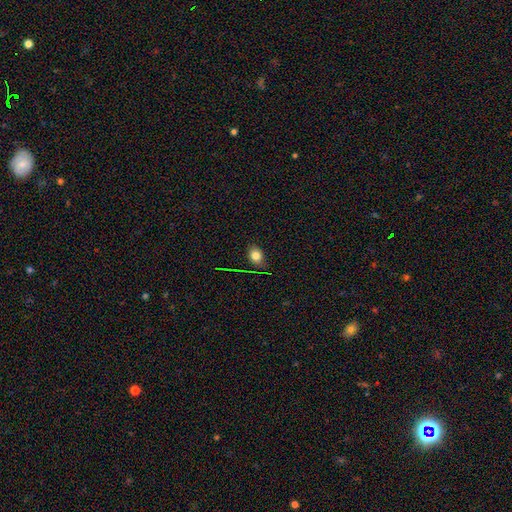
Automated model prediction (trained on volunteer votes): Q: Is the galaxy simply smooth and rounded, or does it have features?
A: smooth — 78%.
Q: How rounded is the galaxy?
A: in between — 65%.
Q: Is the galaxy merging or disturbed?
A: none — 82%.